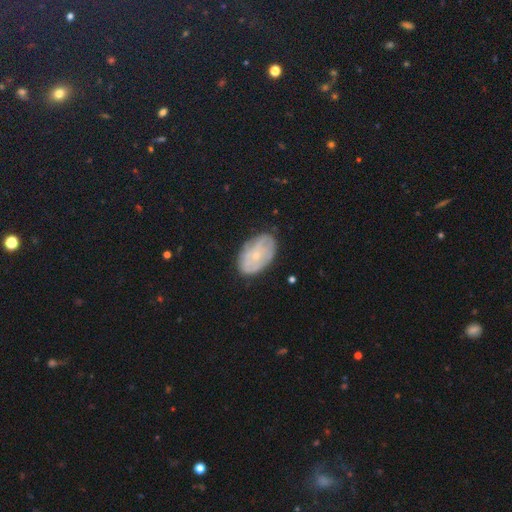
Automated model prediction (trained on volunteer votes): Q: Smooth or featured?
A: featured or disk (58%); runner-up: smooth (35%)
Q: Edge-on disk?
A: no (95%); runner-up: yes (5%)
Q: Bar?
A: no (82%); runner-up: weak (15%)
Q: Spiral arms?
A: yes (59%); runner-up: no (41%)
Q: Bulge size?
A: small (75%); runner-up: moderate (21%)
Q: Merging?
A: none (75%); runner-up: minor disturbance (18%)